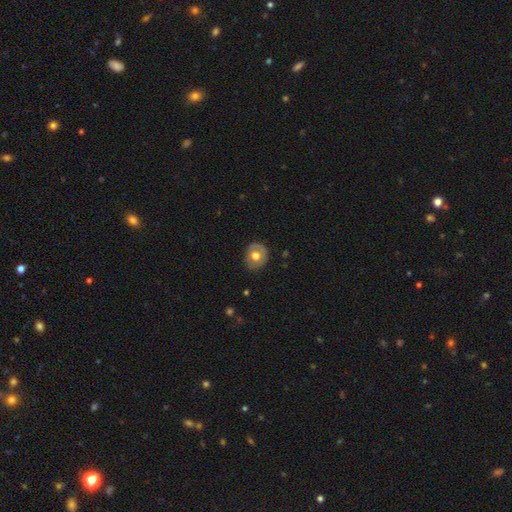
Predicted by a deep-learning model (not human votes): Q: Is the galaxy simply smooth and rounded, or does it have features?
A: smooth — 59%.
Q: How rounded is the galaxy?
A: round — 75%.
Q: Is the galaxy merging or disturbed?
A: none — 82%.